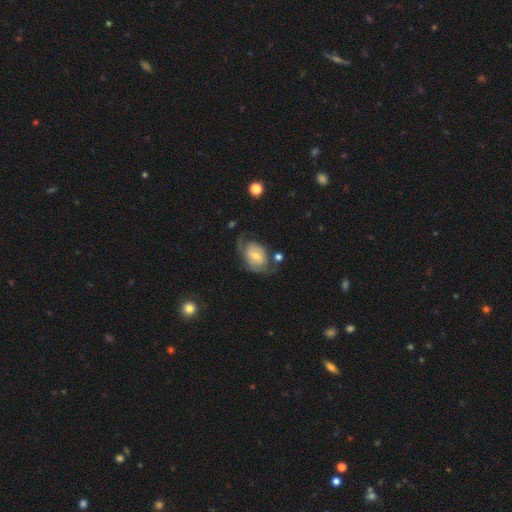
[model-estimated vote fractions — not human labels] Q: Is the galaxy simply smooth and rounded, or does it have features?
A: featured or disk — 67%.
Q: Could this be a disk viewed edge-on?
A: no — 96%.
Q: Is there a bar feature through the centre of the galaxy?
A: weak — 48%.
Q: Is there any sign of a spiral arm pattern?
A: yes — 81%.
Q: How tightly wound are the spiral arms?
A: tight — 40%.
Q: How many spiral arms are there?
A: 2 — 58%.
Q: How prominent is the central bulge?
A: moderate — 47%.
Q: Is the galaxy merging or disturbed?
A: none — 48%.